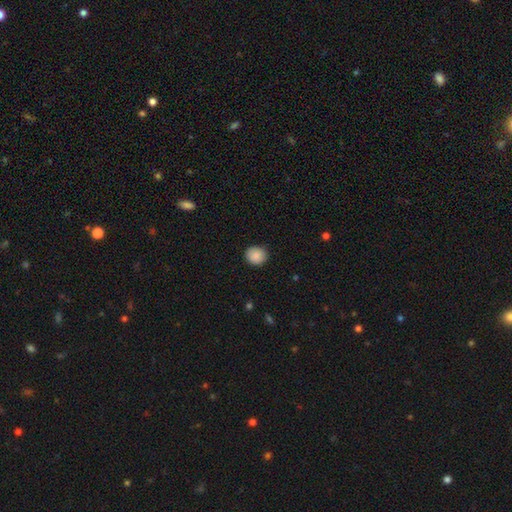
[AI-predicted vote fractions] Overall: smooth (88%). How rounded: round (75%). Merging: none (87%).